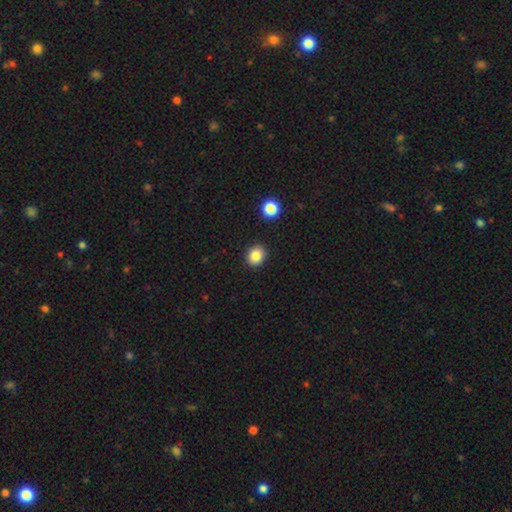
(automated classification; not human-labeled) A smooth galaxy with no disk features (84%) that is round (66%).

Vote fractions:
- Smooth or featured? smooth: 84% / star or artifact: 10% / featured or disk: 5%
- How rounded? round: 66% / in between: 33% / cigar-shaped: 1%
- Merging? none: 89% / minor disturbance: 7% / major disturbance: 2% / merger: 2%